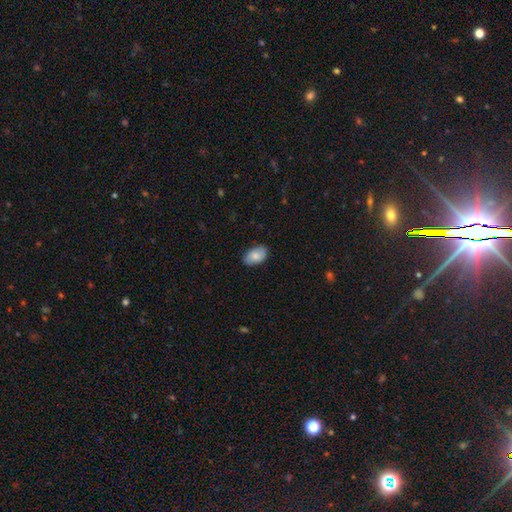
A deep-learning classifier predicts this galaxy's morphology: smooth_or_featured: smooth (p=0.77) [alt: featured or disk p=0.17]
how_rounded: in between (p=0.93) [alt: round p=0.06]
merging: none (p=0.84) [alt: minor disturbance p=0.13]